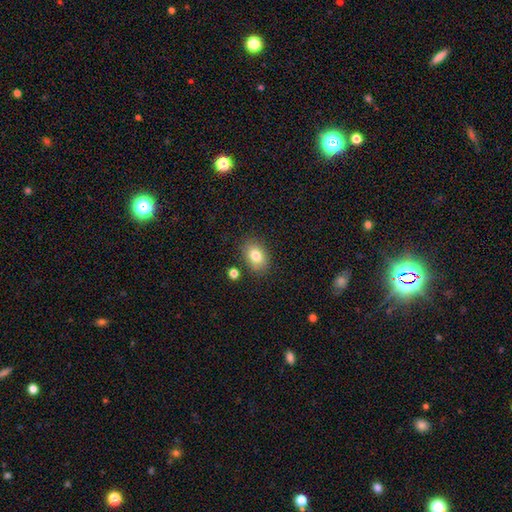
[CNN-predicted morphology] Smooth or featured: smooth — 80% (featured or disk — 11%)
How rounded: in between — 75% (round — 24%)
Merging: none — 81% (minor disturbance — 11%)